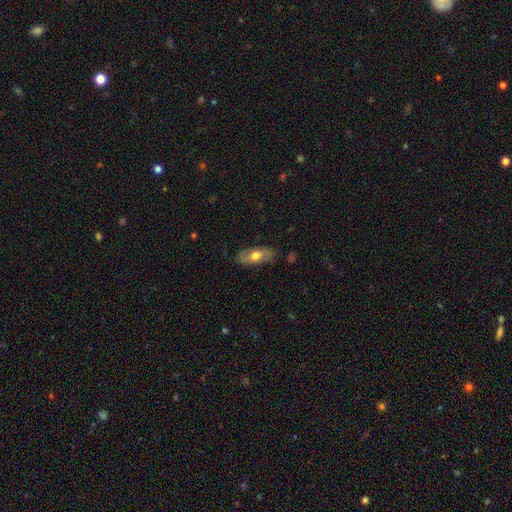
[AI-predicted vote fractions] smooth_or_featured: smooth (p=0.52) [alt: featured or disk p=0.43]
how_rounded: in between (p=0.84) [alt: cigar-shaped p=0.12]
merging: none (p=0.80) [alt: minor disturbance p=0.15]